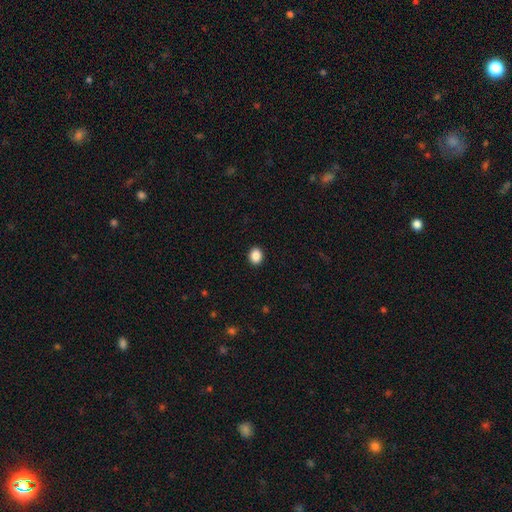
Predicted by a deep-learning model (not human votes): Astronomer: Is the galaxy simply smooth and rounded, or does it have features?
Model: smooth — 88%.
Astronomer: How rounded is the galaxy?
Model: round — 54% (runner-up: in between, 45%).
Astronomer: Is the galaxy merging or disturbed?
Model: none — 92%.